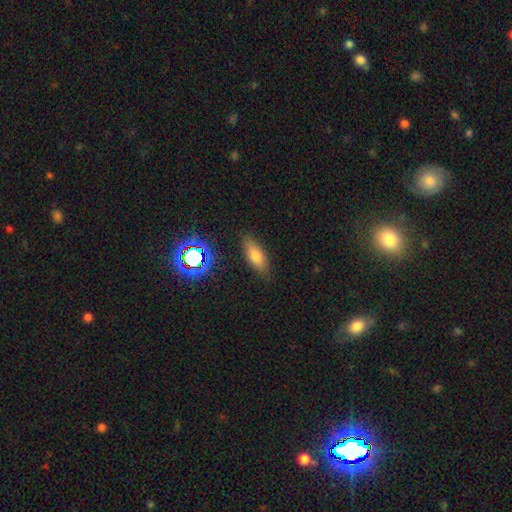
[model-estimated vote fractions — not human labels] Overall: smooth (74%). How rounded: in between (75%). Merging: none (83%).